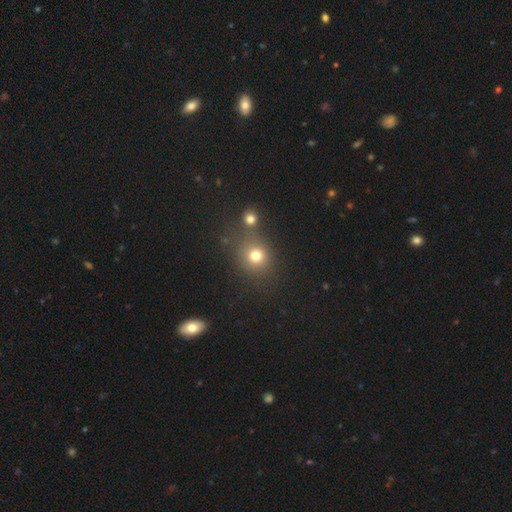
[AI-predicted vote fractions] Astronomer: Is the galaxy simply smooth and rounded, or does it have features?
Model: smooth — 75%.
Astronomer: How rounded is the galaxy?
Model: round — 82%.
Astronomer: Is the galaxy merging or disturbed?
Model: none — 68%.